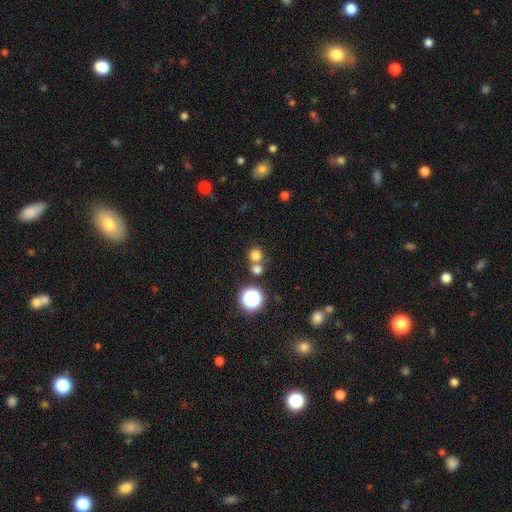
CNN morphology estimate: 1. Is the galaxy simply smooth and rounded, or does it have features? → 74% smooth, 18% star or artifact, 7% featured or disk.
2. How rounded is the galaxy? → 89% round, 10% in between, 1% cigar-shaped.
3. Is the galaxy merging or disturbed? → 58% none, 31% merger, 7% minor disturbance, 3% major disturbance.